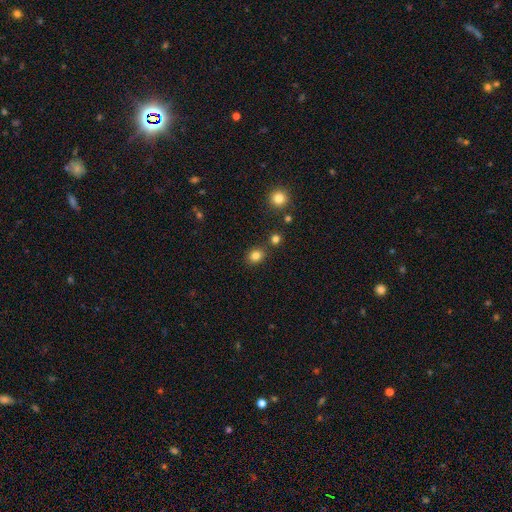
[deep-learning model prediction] A smooth galaxy with no disk features (82%) that is round (67%). Merging: none (82%).